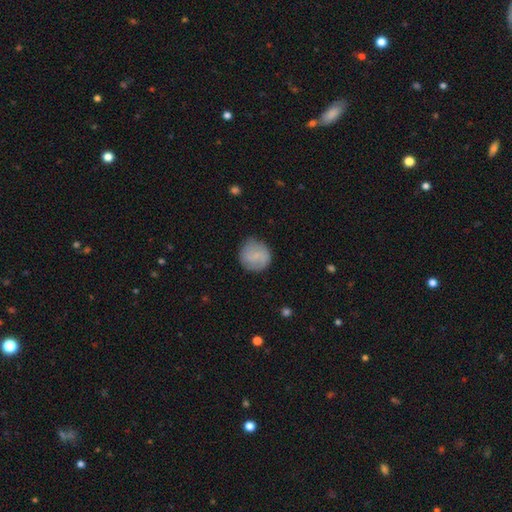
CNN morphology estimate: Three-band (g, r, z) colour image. It shows a smooth galaxy with no disk features (69%) that is round (91%). Merging: none (77%).